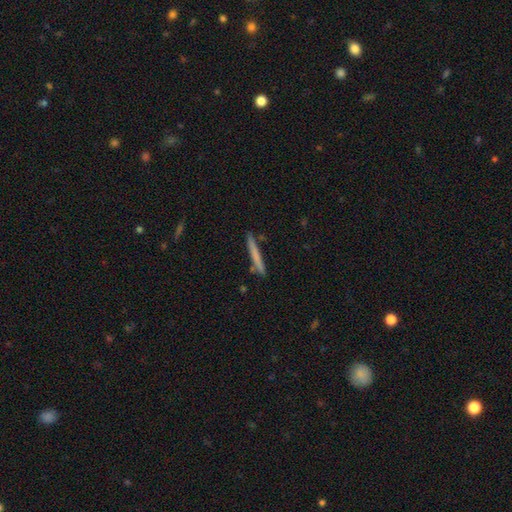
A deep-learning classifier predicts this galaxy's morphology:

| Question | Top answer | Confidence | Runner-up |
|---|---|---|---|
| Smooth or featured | smooth | 66% | featured or disk (28%) |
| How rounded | cigar-shaped | 97% | in between (2%) |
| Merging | none | 87% | minor disturbance (9%) |